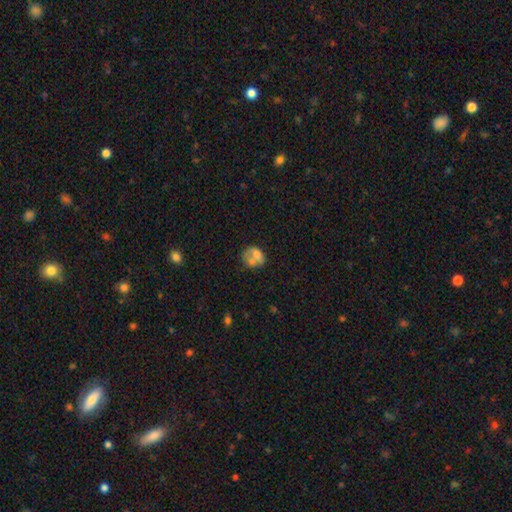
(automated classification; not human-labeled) Overall: smooth (60%; featured or disk 30%). How rounded: round (51%; in between 48%). Merging: merger (35%; none 31%).